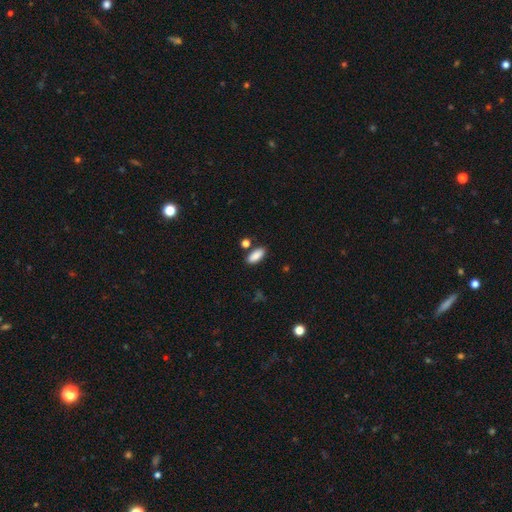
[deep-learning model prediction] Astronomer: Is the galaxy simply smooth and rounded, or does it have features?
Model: smooth — 89%.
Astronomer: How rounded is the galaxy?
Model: in between — 85%.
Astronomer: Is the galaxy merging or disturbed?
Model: none — 80%.